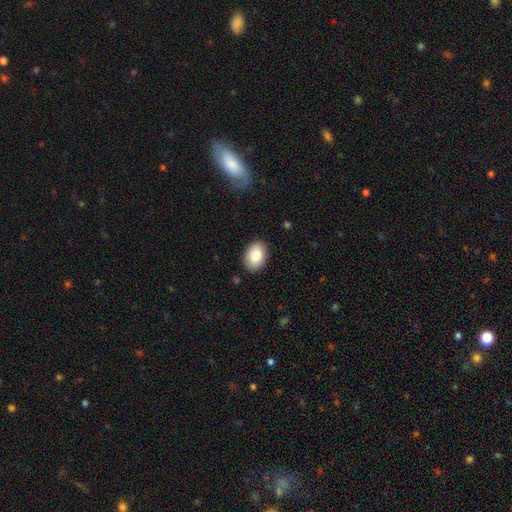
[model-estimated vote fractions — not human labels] This appears to be a smooth galaxy with no disk features (84%) that is in between round and cigar-shaped (86%). Merging: none (88%).